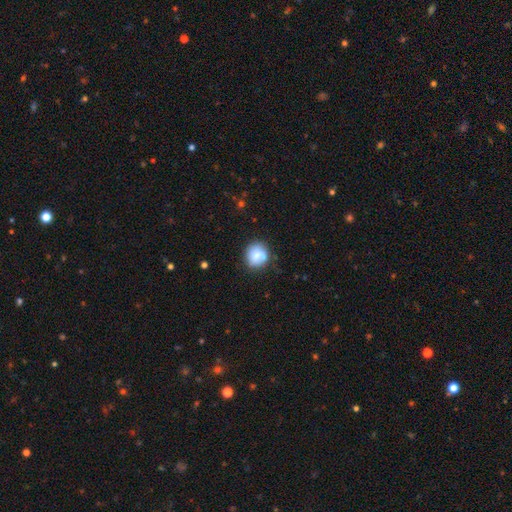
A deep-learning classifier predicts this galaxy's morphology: smooth_or_featured: smooth (p=0.77) [alt: featured or disk p=0.14]
how_rounded: round (p=0.85) [alt: in between p=0.14]
merging: none (p=0.76) [alt: minor disturbance p=0.17]